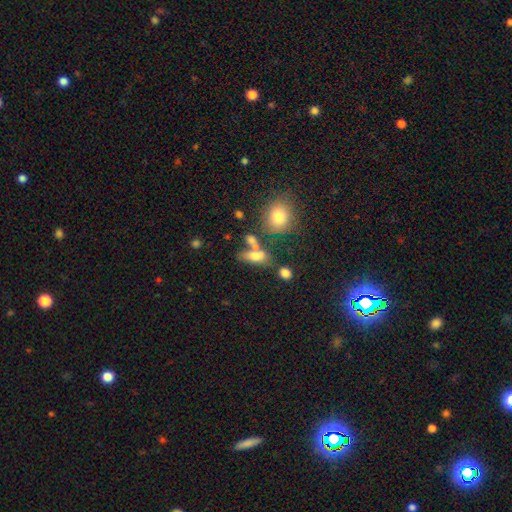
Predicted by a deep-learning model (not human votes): Smooth or featured: smooth — 71% (featured or disk — 17%)
How rounded: in between — 70% (cigar-shaped — 19%)
Merging: none — 46% (merger — 29%)